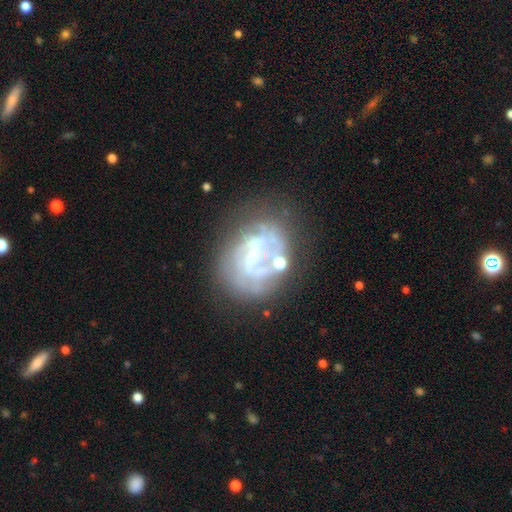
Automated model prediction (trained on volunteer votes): Q: Smooth or featured?
A: featured or disk (71%); runner-up: smooth (17%)
Q: Edge-on disk?
A: no (98%); runner-up: yes (2%)
Q: Bar?
A: no (48%); runner-up: weak (31%)
Q: Spiral arms?
A: no (56%); runner-up: yes (44%)
Q: Bulge size?
A: none (51%); runner-up: small (28%)
Q: Merging?
A: none (49%); runner-up: major disturbance (22%)